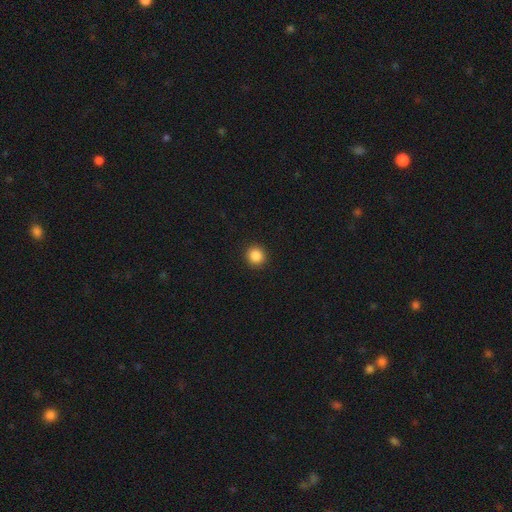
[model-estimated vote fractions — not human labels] smooth-or-featured: smooth: 87% | star or artifact: 10% | featured or disk: 3%
  how-rounded: round: 93% | in between: 6% | cigar-shaped: 1%
  merging: none: 93% | minor disturbance: 5% | major disturbance: 2% | merger: 1%